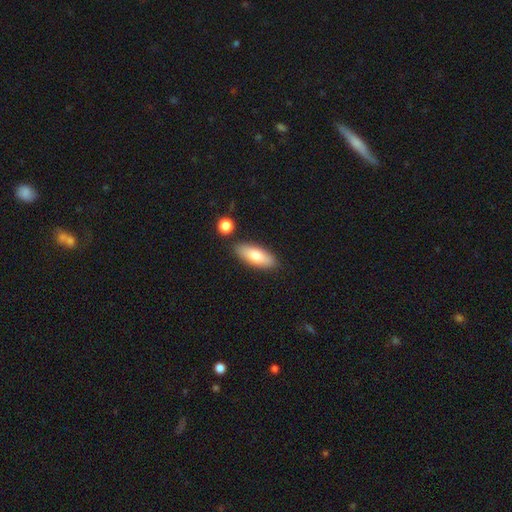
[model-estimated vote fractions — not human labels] Q: Smooth or featured?
A: smooth (76%); runner-up: featured or disk (18%)
Q: How rounded?
A: in between (71%); runner-up: cigar-shaped (26%)
Q: Merging?
A: none (83%); runner-up: minor disturbance (10%)